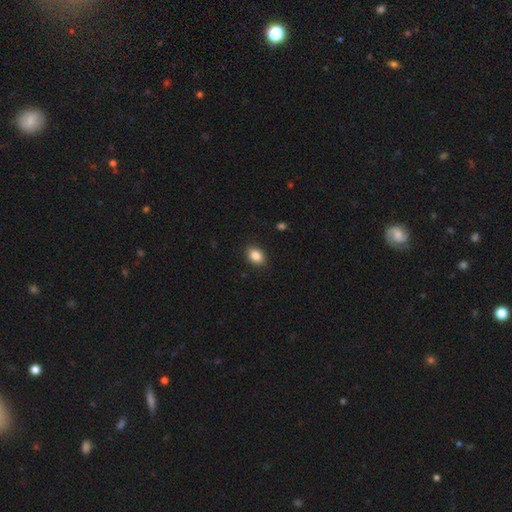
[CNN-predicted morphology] Smooth or featured?
  - smooth: 86% *
  - star or artifact: 8%
  - featured or disk: 5%
How rounded?
  - in between: 79% *
  - round: 19%
  - cigar-shaped: 1%
Merging?
  - none: 88% *
  - minor disturbance: 9%
  - major disturbance: 2%
  - merger: 1%